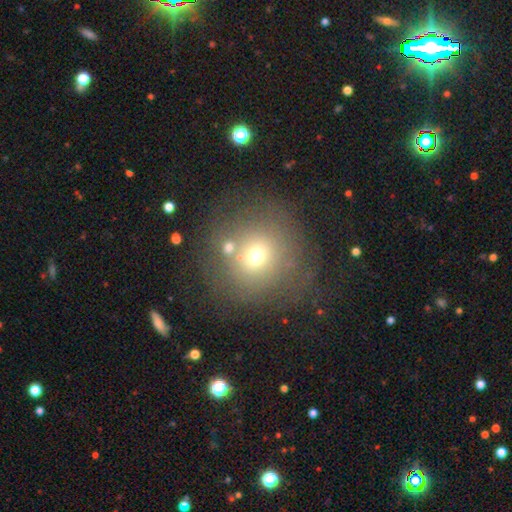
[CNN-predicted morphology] Q: Smooth or featured?
A: smooth (61%); runner-up: featured or disk (20%)
Q: How rounded?
A: round (89%); runner-up: in between (10%)
Q: Merging?
A: none (71%); runner-up: minor disturbance (13%)